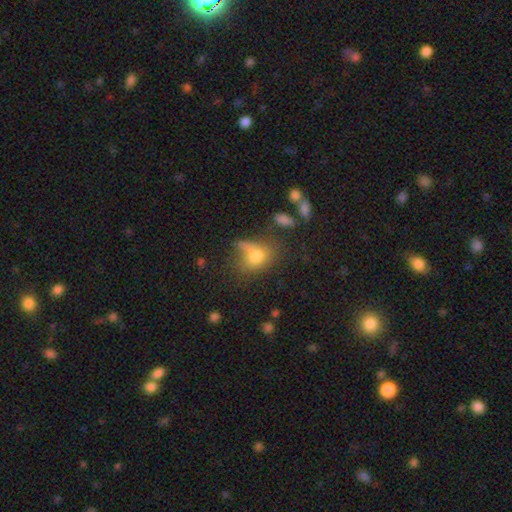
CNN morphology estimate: Smooth or featured: smooth — 70% (featured or disk — 17%)
How rounded: in between — 65% (round — 33%)
Merging: none — 36% (major disturbance — 28%)